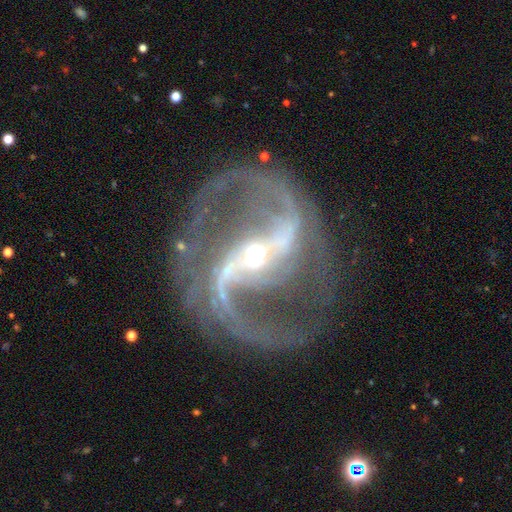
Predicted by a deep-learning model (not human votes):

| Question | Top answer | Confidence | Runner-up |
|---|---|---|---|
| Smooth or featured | featured or disk | 93% | star or artifact (5%) |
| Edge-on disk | no | 98% | yes (2%) |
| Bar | strong | 62% | weak (27%) |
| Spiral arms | yes | 98% | no (2%) |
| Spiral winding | medium | 50% | loose (37%) |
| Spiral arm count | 2 | 83% | 3 (5%) |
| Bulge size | moderate | 48% | small (44%) |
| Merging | none | 64% | major disturbance (18%) |